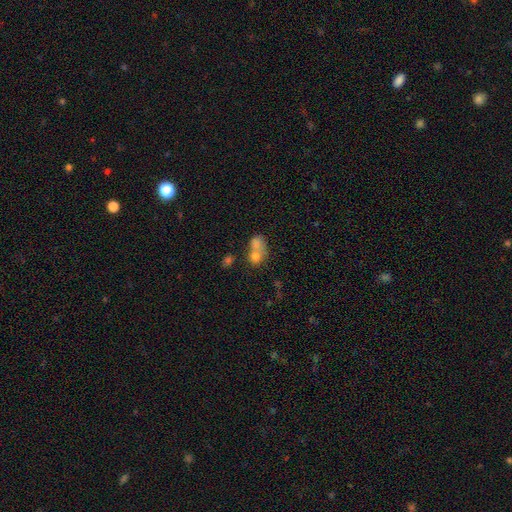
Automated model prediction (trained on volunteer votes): Smooth or featured?
  - smooth: 74% *
  - featured or disk: 16%
  - star or artifact: 11%
How rounded?
  - in between: 54% *
  - round: 44%
  - cigar-shaped: 2%
Merging?
  - merger: 63% *
  - none: 23%
  - minor disturbance: 8%
  - major disturbance: 6%